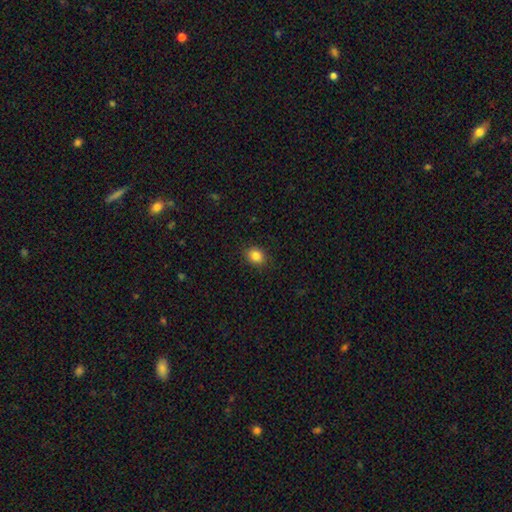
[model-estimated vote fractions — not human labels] Smooth or featured? smooth (85%)
How rounded? round (64%)
Merging? none (89%)